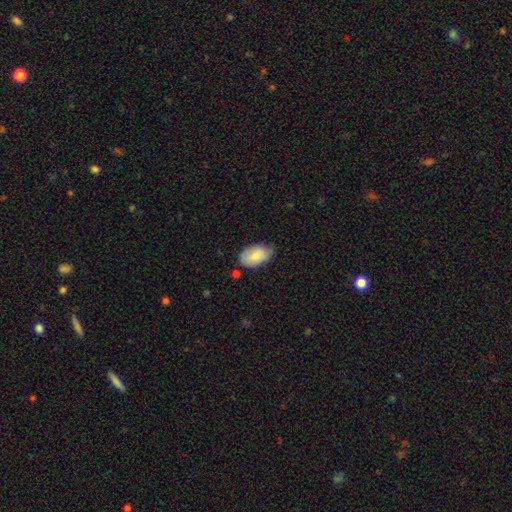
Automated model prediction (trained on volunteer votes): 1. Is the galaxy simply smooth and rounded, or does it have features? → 78% smooth, 16% featured or disk, 6% star or artifact.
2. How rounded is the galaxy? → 93% in between, 6% round, 1% cigar-shaped.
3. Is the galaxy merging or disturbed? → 66% none, 27% minor disturbance, 4% major disturbance, 2% merger.